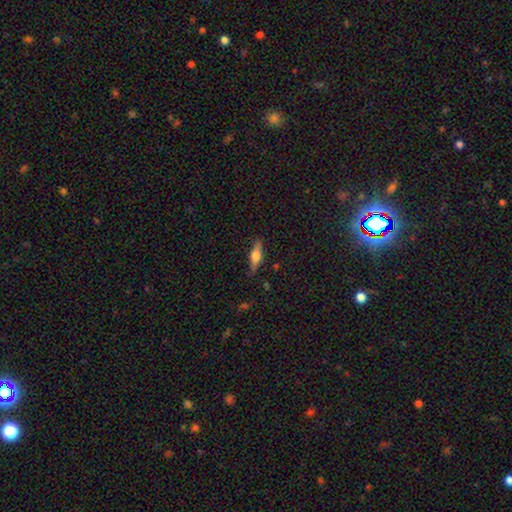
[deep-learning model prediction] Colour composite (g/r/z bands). It shows a featured or disk galaxy (50%) viewed edge-on (94%). Merging: none (85%).